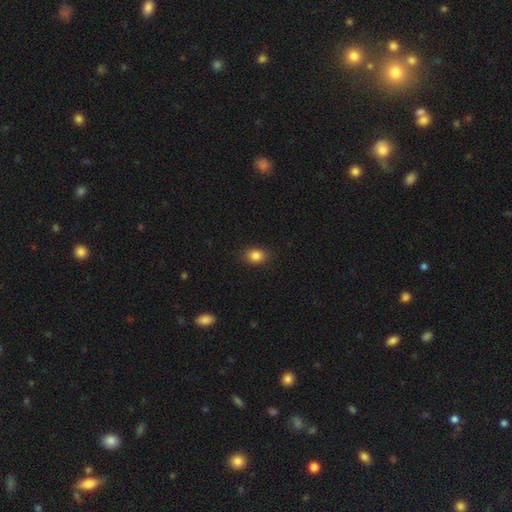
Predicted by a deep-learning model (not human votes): smooth 85%, star or artifact 10%, featured or disk 5%. Down the decision tree: how rounded — in between (68%); merging — none (88%).